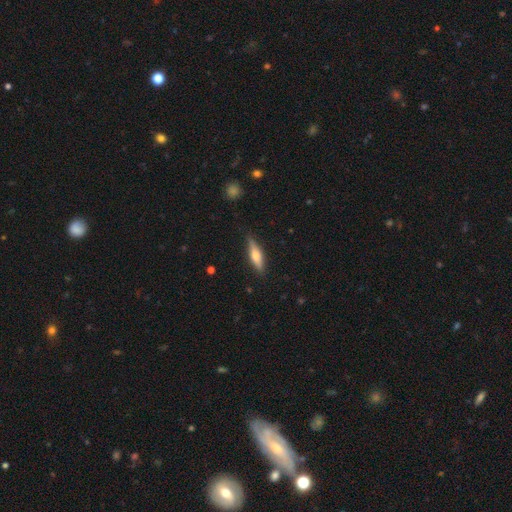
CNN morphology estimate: Q: Smooth or featured?
A: featured or disk (49%); runner-up: smooth (45%)
Q: Merging?
A: none (85%); runner-up: minor disturbance (12%)